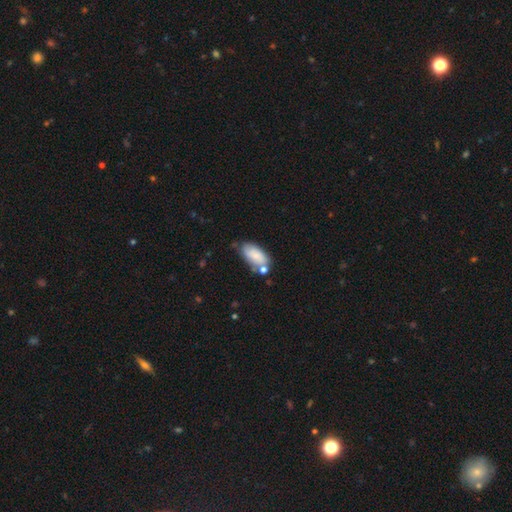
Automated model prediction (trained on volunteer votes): Smooth or featured? Predicted: smooth (p=0.71). How rounded? Predicted: in between (p=0.91). Merging? Predicted: none (p=0.52).